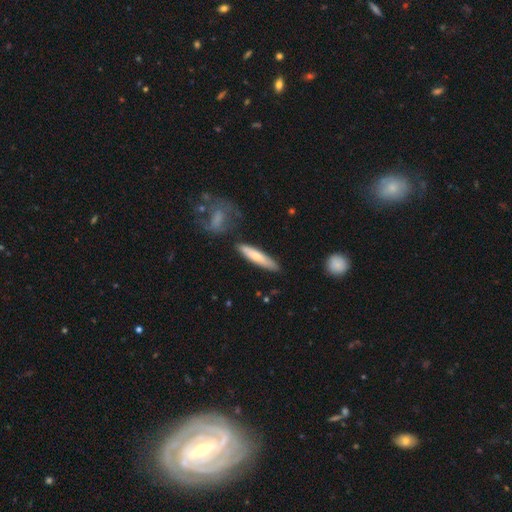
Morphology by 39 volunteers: A smooth galaxy with no disk features (82%) that is cigar-shaped (81%).

Vote fractions:
- Smooth or featured? smooth: 82% / featured or disk: 13% / star or artifact: 5%
- How rounded? cigar-shaped: 81% / in between: 19% / round: 0%
- Merging? none: 92% / minor disturbance: 5% / major disturbance: 3% / merger: 0%